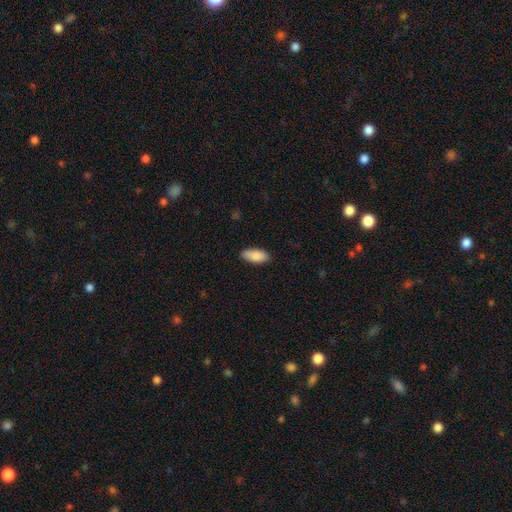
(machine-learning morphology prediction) Overall: smooth (87%). How rounded: in between (89%). Merging: none (86%).